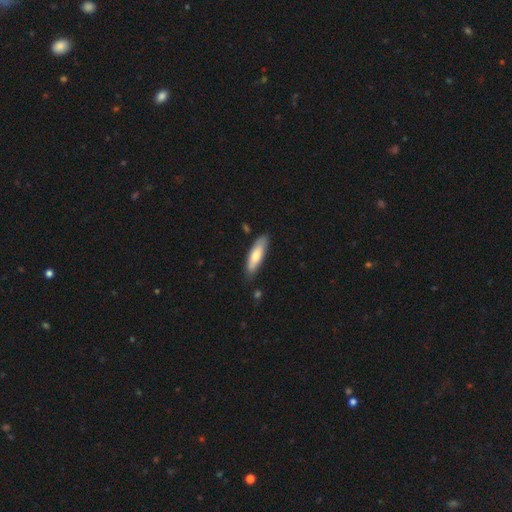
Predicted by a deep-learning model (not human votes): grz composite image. It shows a smooth galaxy with no disk features (69%) that is cigar-shaped (60%). Merging: none (80%).